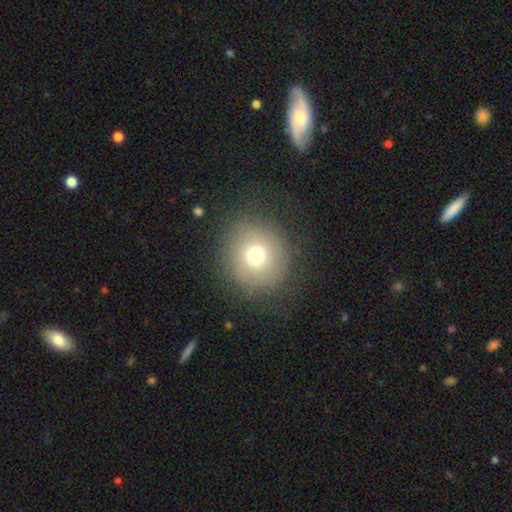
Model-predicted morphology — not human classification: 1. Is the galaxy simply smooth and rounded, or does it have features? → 71% smooth, 17% star or artifact, 12% featured or disk.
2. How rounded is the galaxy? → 90% round, 9% in between, 1% cigar-shaped.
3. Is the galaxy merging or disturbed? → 87% none, 8% minor disturbance, 5% major disturbance, 1% merger.